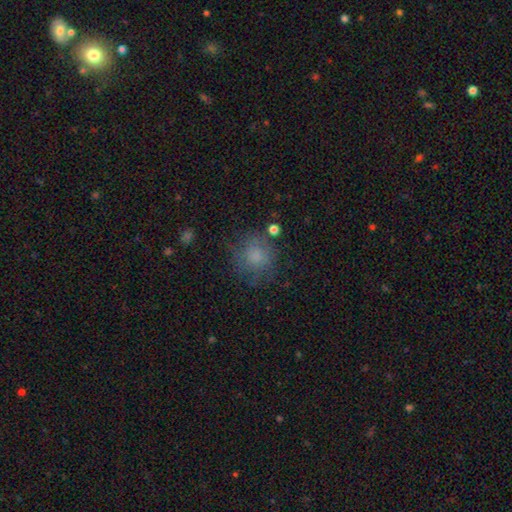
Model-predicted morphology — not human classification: A smooth galaxy with no disk features (75%) that is round (87%). Merging: none (68%).